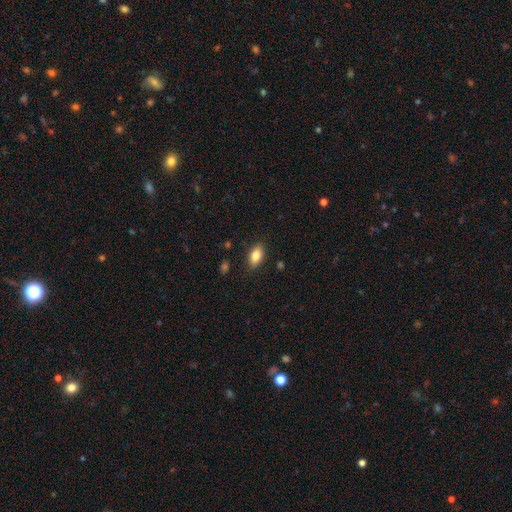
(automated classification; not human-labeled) Smooth or featured?
  - smooth: 83% *
  - featured or disk: 9%
  - star or artifact: 8%
How rounded?
  - in between: 89% *
  - round: 6%
  - cigar-shaped: 5%
Merging?
  - none: 86% *
  - minor disturbance: 10%
  - major disturbance: 2%
  - merger: 1%